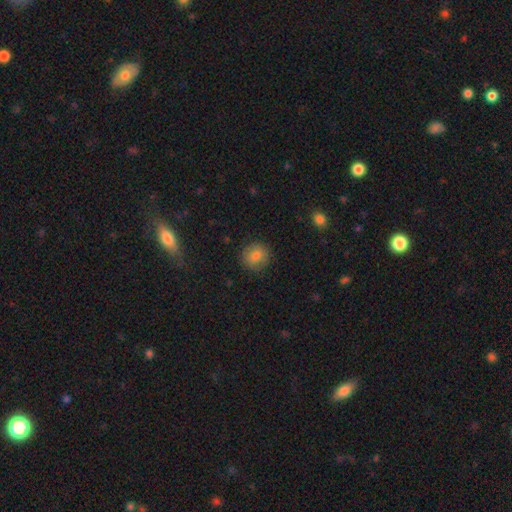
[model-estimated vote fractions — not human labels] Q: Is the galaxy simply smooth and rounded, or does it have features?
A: smooth — 80%.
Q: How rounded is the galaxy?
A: round — 88%.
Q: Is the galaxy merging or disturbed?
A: none — 86%.